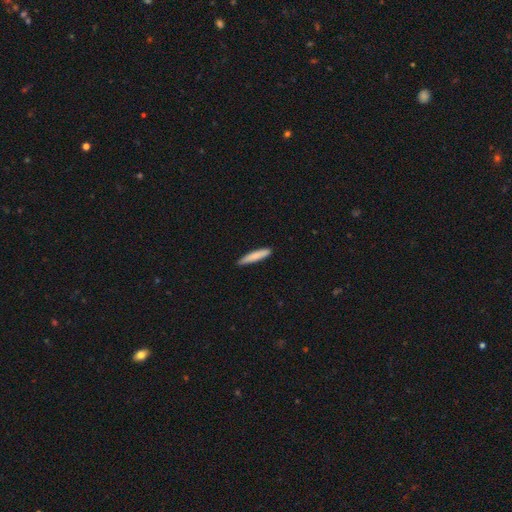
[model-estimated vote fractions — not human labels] Q: Smooth or featured?
A: smooth (81%); runner-up: featured or disk (13%)
Q: How rounded?
A: cigar-shaped (90%); runner-up: in between (9%)
Q: Merging?
A: none (88%); runner-up: minor disturbance (10%)